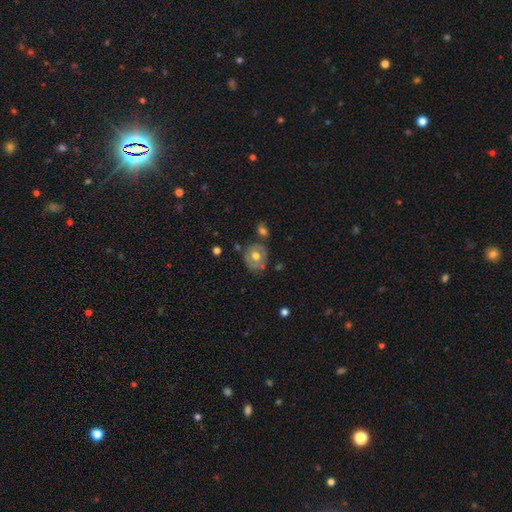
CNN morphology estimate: Smooth or featured? Predicted: smooth (p=0.50). How rounded? Predicted: round (p=0.75). Merging? Predicted: none (p=0.68).